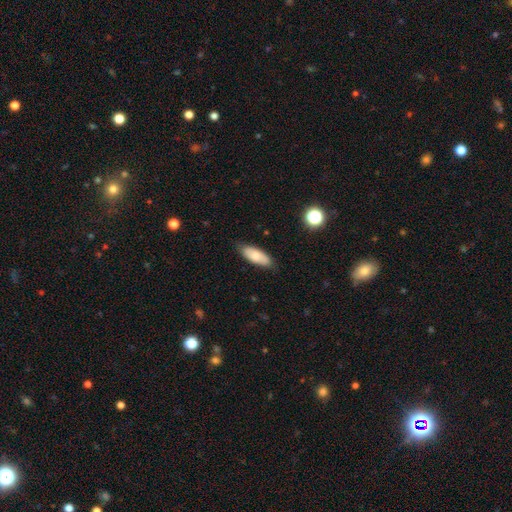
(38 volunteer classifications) Overall: smooth (87%). How rounded: in between (73%). Merging: none (86%).